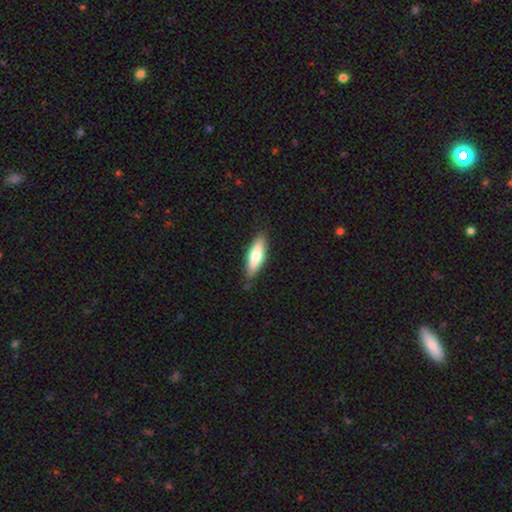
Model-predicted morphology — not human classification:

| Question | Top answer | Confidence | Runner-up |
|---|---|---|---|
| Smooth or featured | smooth | 67% | featured or disk (27%) |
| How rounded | cigar-shaped | 53% | in between (45%) |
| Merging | none | 84% | minor disturbance (12%) |